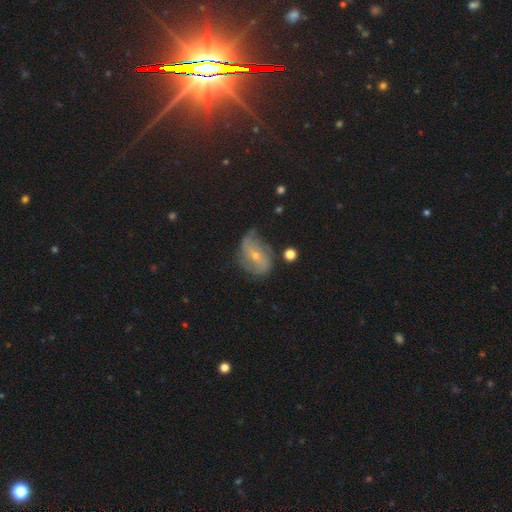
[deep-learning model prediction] Q: Smooth or featured?
A: featured or disk (68%); runner-up: smooth (24%)
Q: Edge-on disk?
A: no (95%); runner-up: yes (5%)
Q: Bar?
A: weak (41%); runner-up: no (37%)
Q: Spiral arms?
A: yes (79%); runner-up: no (21%)
Q: Spiral winding?
A: loose (46%); runner-up: medium (34%)
Q: Spiral arm count?
A: 2 (62%); runner-up: can't tell (21%)
Q: Bulge size?
A: small (62%); runner-up: moderate (34%)
Q: Merging?
A: none (49%); runner-up: minor disturbance (32%)